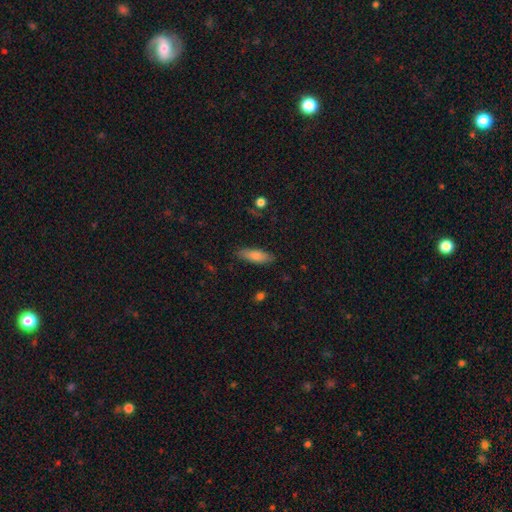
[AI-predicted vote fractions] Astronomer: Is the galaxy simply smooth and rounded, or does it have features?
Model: smooth — 78%.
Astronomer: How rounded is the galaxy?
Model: in between — 58% (runner-up: cigar-shaped, 40%).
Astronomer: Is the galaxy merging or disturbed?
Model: none — 84%.